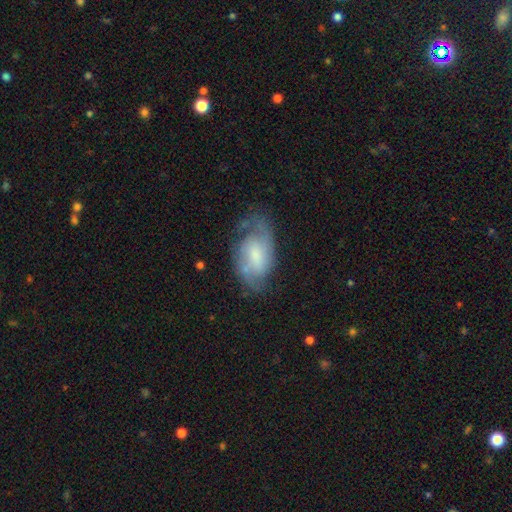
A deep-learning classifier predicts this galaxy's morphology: Smooth or featured? featured or disk (70%)
Edge-on disk? no (96%)
Bar? no (50%)
Spiral arms? yes (88%)
Spiral winding? medium (46%)
Spiral arm count? 2 (64%)
Bulge size? moderate (35%, tied with small)
Merging? none (56%)